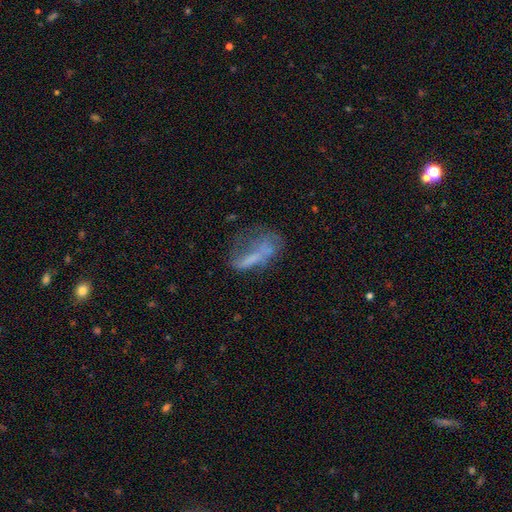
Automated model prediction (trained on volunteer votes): A featured or disk galaxy (42%, tied with smooth). Merging: major disturbance (39%).